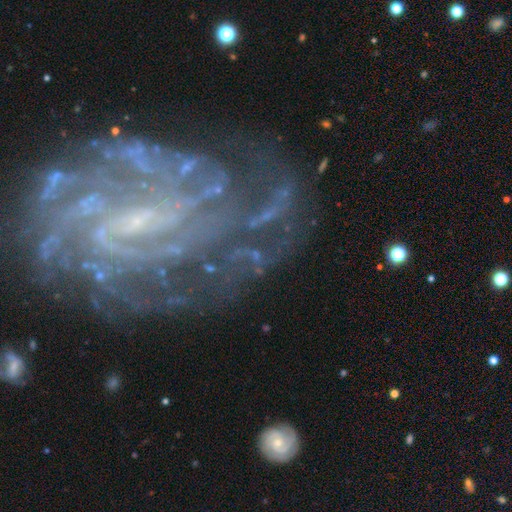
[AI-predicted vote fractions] Q: Smooth or featured?
A: featured or disk (66%); runner-up: star or artifact (22%)
Q: Edge-on disk?
A: no (94%); runner-up: yes (6%)
Q: Bar?
A: no (41%); runner-up: weak (31%)
Q: Spiral arms?
A: yes (90%); runner-up: no (10%)
Q: Spiral winding?
A: tight (55%); runner-up: medium (32%)
Q: Spiral arm count?
A: can't tell (27%); runner-up: 2 (21%)
Q: Bulge size?
A: small (60%); runner-up: moderate (24%)
Q: Merging?
A: none (63%); runner-up: minor disturbance (17%)